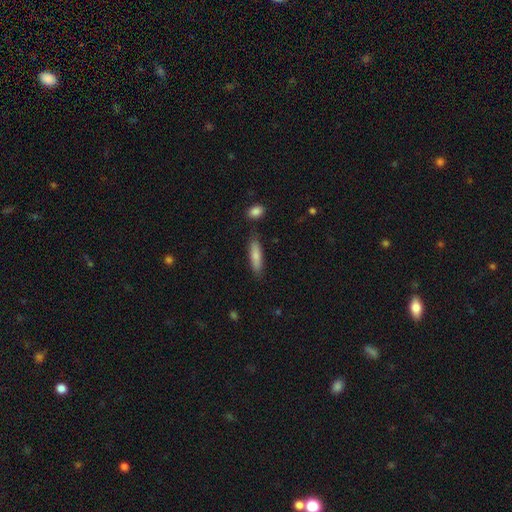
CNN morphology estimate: Smooth or featured? smooth (80%)
How rounded? cigar-shaped (68%)
Merging? none (82%)